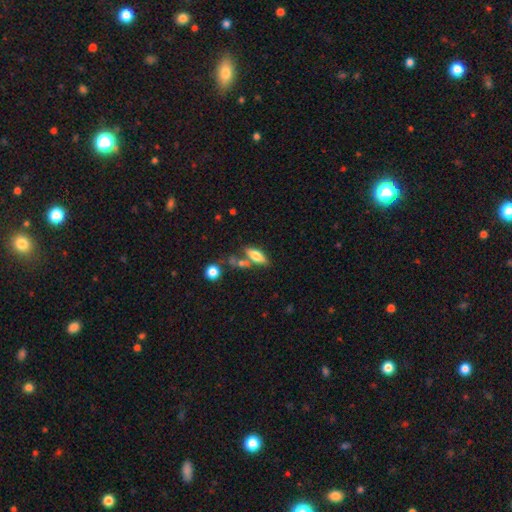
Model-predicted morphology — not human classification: Smooth or featured? Predicted: smooth (p=0.68). How rounded? Predicted: in between (p=0.67). Merging? Predicted: none (p=0.58).